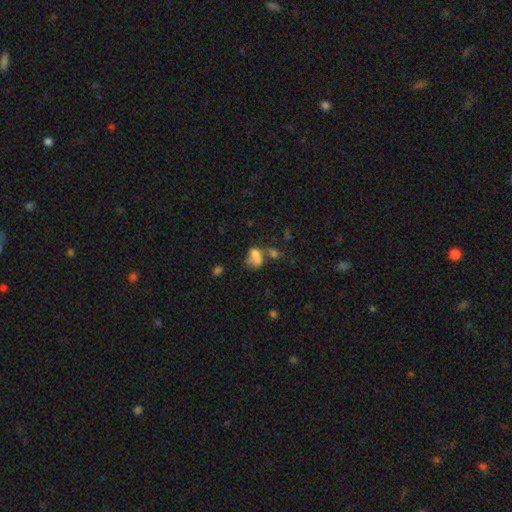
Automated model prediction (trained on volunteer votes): Q: Smooth or featured?
A: smooth (66%); runner-up: featured or disk (20%)
Q: How rounded?
A: in between (71%); runner-up: round (27%)
Q: Merging?
A: merger (49%); runner-up: none (21%)